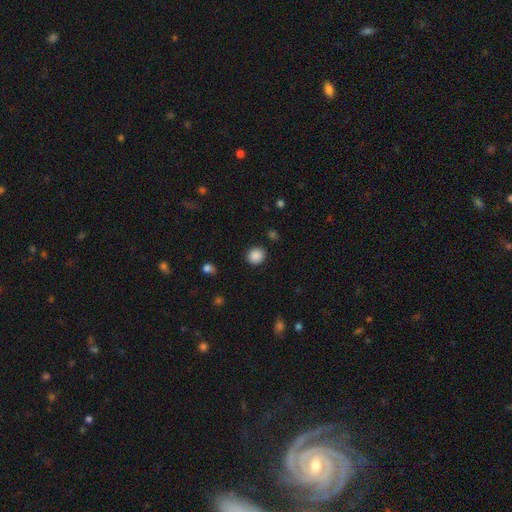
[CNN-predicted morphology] A smooth galaxy with no disk features (88%) that is round (79%).

Vote fractions:
- Smooth or featured? smooth: 88% / star or artifact: 9% / featured or disk: 3%
- How rounded? round: 79% / in between: 20% / cigar-shaped: 1%
- Merging? none: 88% / minor disturbance: 7% / major disturbance: 3% / merger: 2%